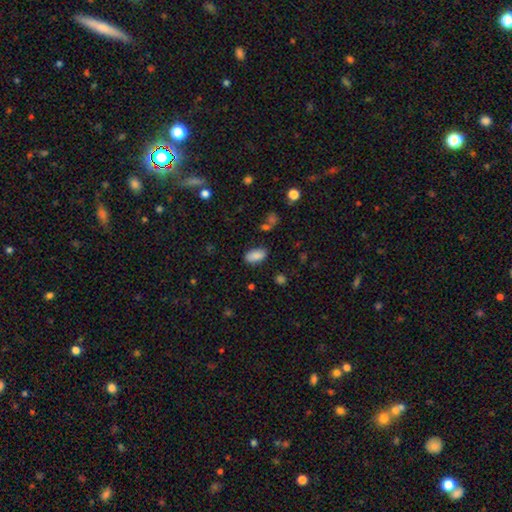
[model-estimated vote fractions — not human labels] Smooth or featured? smooth (87%)
How rounded? in between (91%)
Merging? none (81%)